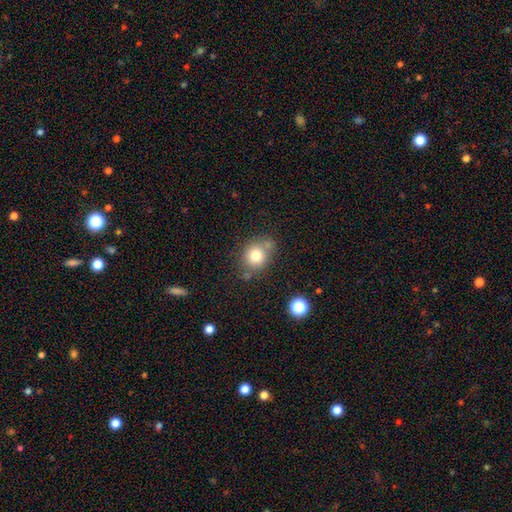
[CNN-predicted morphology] type=smooth (78%); roundness=round (66%); merging=none (61%).